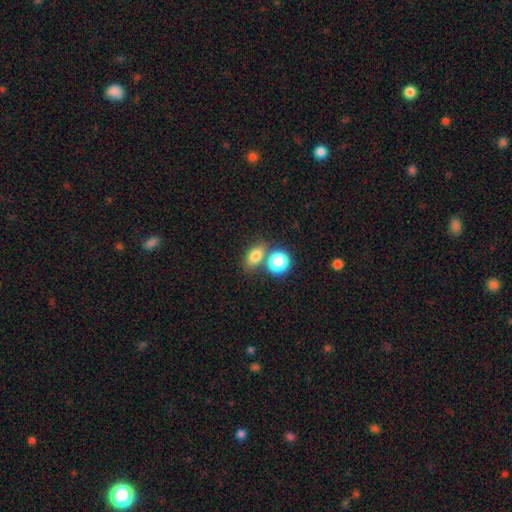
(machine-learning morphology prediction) A smooth galaxy with no disk features (77%) that is in between round and cigar-shaped (70%).

Vote fractions:
- Smooth or featured? smooth: 77% / star or artifact: 14% / featured or disk: 9%
- How rounded? in between: 70% / round: 27% / cigar-shaped: 3%
- Merging? none: 62% / merger: 23% / minor disturbance: 11% / major disturbance: 4%